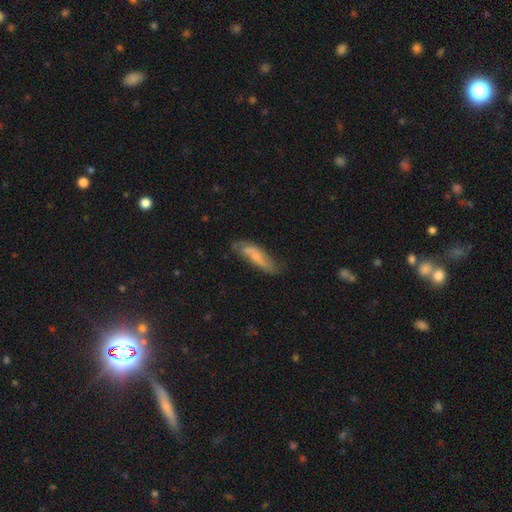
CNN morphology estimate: smooth_or_featured: featured or disk (p=0.50) [alt: smooth p=0.43]
disk_edge_on: no (p=0.77) [alt: yes p=0.23]
merging: none (p=0.60) [alt: minor disturbance p=0.27]